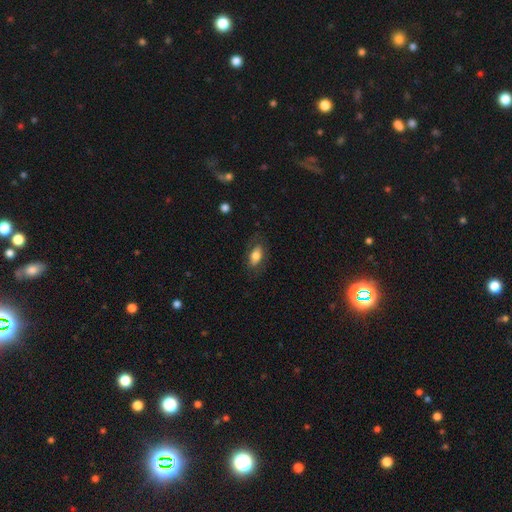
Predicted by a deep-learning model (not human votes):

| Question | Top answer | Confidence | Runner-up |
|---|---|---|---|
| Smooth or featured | smooth | 73% | featured or disk (20%) |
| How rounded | in between | 89% | cigar-shaped (6%) |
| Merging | none | 76% | minor disturbance (16%) |